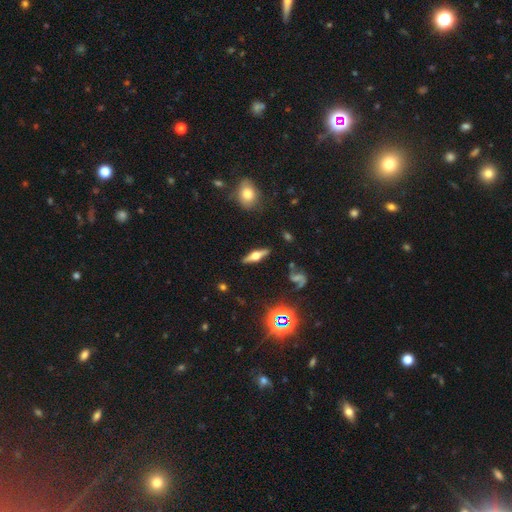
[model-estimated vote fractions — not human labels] Smooth or featured? featured or disk (65%)
Edge-on disk? yes (93%)
Edge-on bulge? rounded (95%)
Merging? none (87%)